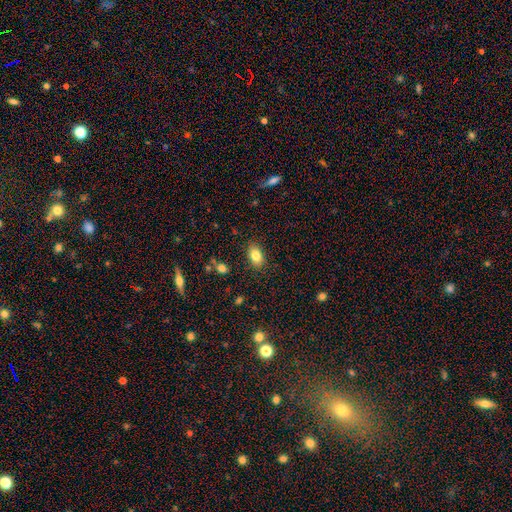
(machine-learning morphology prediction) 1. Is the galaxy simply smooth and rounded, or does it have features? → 83% smooth, 9% star or artifact, 9% featured or disk.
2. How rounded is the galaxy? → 88% in between, 10% round, 2% cigar-shaped.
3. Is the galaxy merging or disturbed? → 85% none, 11% minor disturbance, 3% major disturbance, 2% merger.